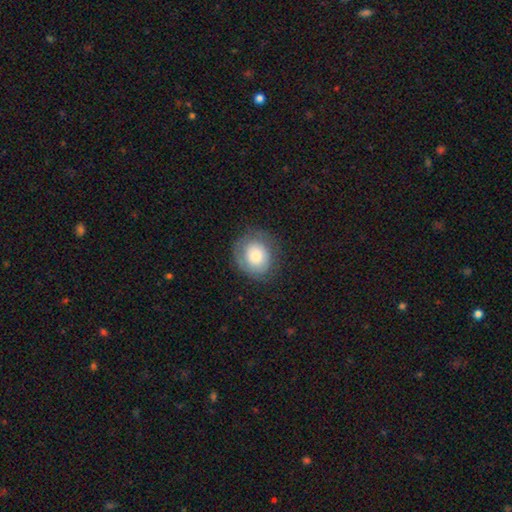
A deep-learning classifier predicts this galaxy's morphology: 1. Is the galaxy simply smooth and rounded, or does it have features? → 69% smooth, 23% featured or disk, 8% star or artifact.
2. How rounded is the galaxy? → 75% round, 24% in between, 1% cigar-shaped.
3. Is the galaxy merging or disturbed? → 75% none, 17% minor disturbance, 7% major disturbance, 1% merger.